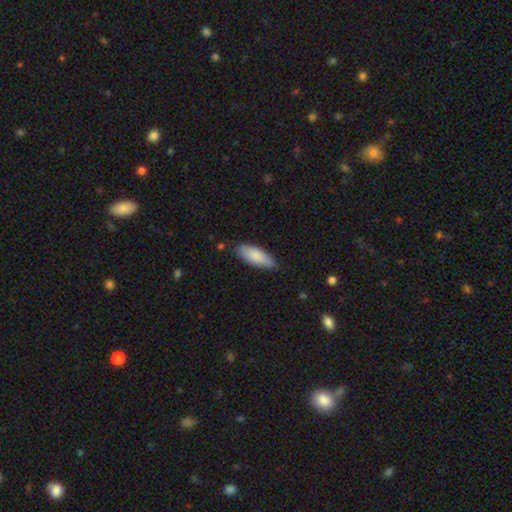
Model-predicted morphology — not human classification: smooth-or-featured: smooth: 86% | featured or disk: 9% | star or artifact: 5%
  how-rounded: in between: 74% | cigar-shaped: 24% | round: 2%
  merging: none: 79% | minor disturbance: 17% | major disturbance: 2% | merger: 1%